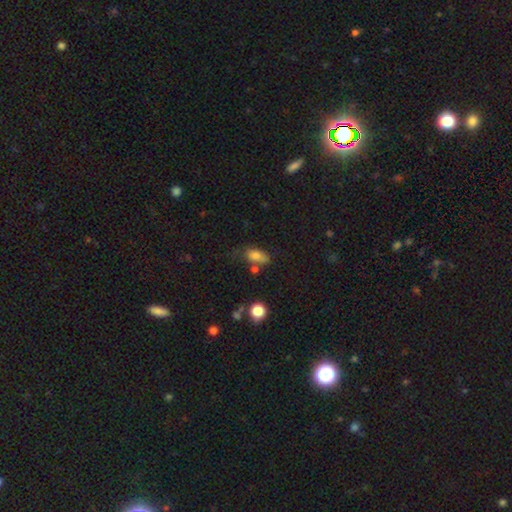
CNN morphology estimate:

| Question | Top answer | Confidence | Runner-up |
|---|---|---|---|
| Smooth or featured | smooth | 78% | featured or disk (11%) |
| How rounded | in between | 84% | round (9%) |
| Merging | none | 48% | minor disturbance (28%) |